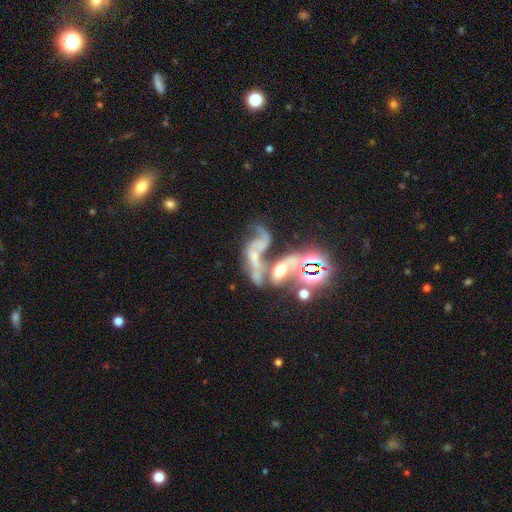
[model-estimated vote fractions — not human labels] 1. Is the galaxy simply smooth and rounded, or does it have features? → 59% featured or disk, 25% star or artifact, 16% smooth.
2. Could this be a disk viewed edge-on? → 93% no, 7% yes.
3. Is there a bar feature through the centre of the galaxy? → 64% no, 22% weak, 14% strong.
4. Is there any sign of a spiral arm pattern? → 59% yes, 41% no.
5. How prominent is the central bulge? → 32% none (tied), 32% small (tied), 28% moderate, 6% large, 3% dominant.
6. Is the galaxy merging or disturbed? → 59% merger, 21% major disturbance, 13% none, 7% minor disturbance.